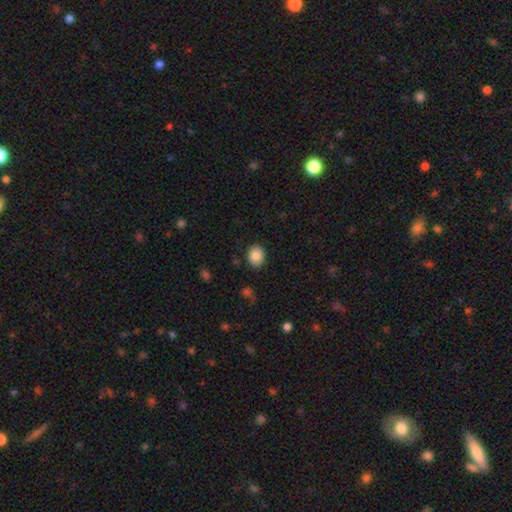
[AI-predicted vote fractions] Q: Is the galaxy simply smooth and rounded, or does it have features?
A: smooth — 87%.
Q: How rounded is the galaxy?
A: round — 53%.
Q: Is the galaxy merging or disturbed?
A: none — 87%.